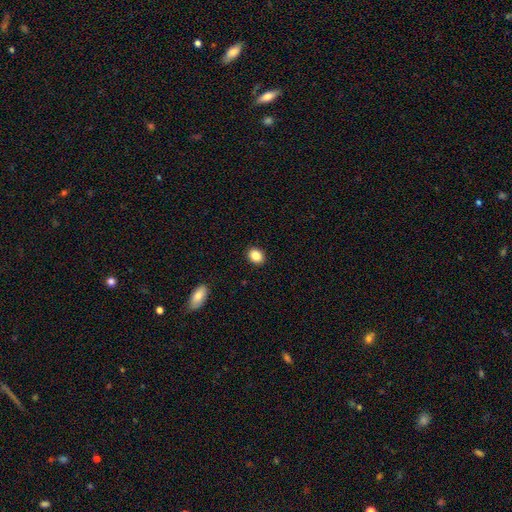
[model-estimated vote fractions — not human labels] Smooth or featured? Predicted: smooth (p=0.87). How rounded? Predicted: in between (p=0.58). Merging? Predicted: none (p=0.91).